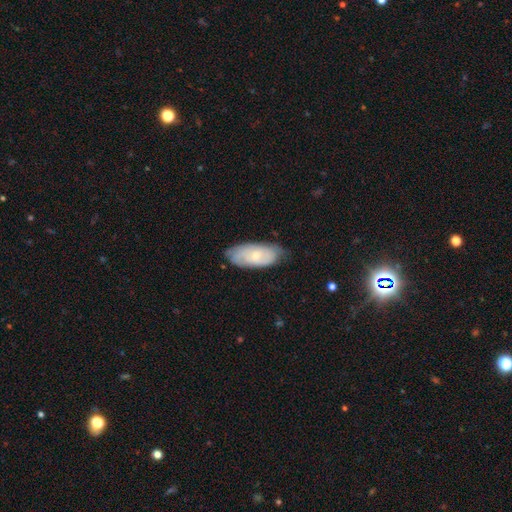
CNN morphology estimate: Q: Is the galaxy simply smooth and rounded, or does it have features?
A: smooth — 49%.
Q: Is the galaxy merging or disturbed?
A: none — 70%.